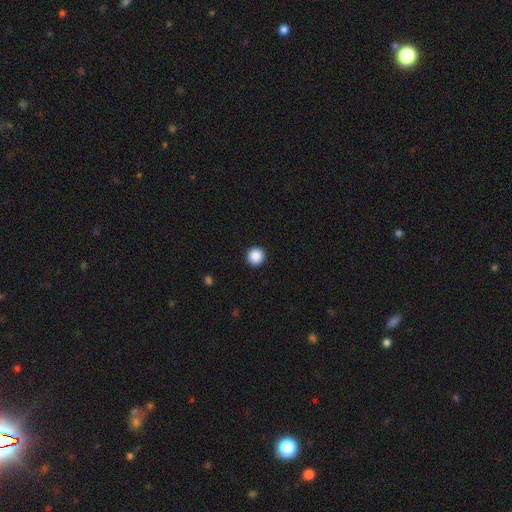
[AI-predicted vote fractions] This appears to be a smooth galaxy with no disk features (88%) that is round (97%). Merging: none (94%).